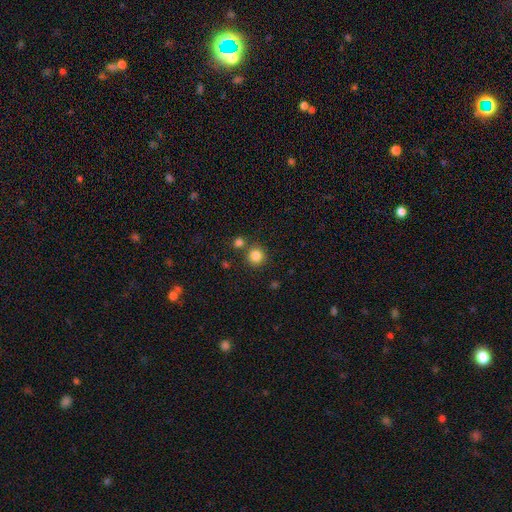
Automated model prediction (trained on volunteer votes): Smooth or featured: smooth — 83% (star or artifact — 12%)
How rounded: round — 94% (in between — 6%)
Merging: none — 79% (merger — 12%)